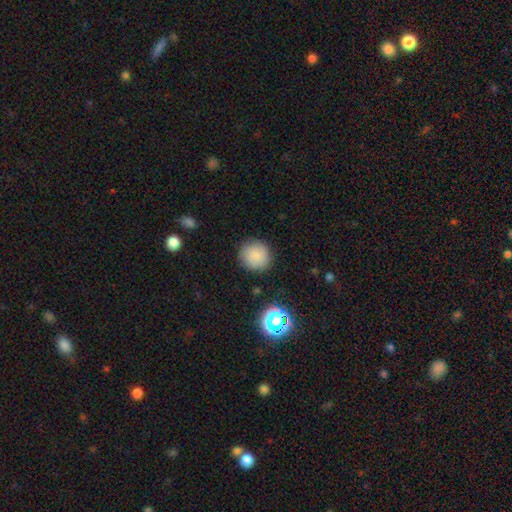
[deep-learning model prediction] Smooth or featured? Predicted: smooth (p=0.84). How rounded? Predicted: round (p=0.91). Merging? Predicted: none (p=0.87).